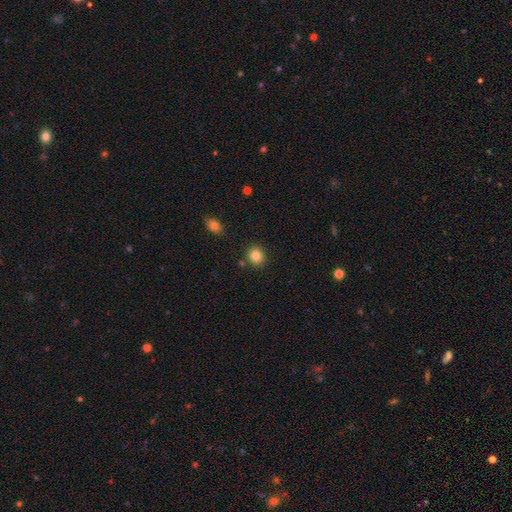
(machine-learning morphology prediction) This appears to be a smooth galaxy with no disk features (83%) that is round (81%). Merging: none (86%).